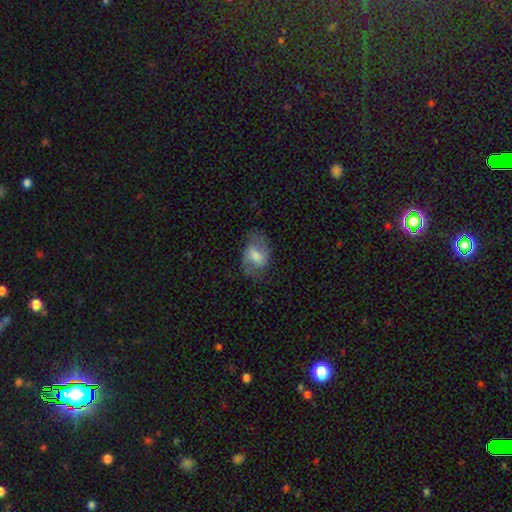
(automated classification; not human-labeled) Q: Smooth or featured?
A: featured or disk (50%); runner-up: smooth (43%)
Q: Merging?
A: none (69%); runner-up: minor disturbance (19%)